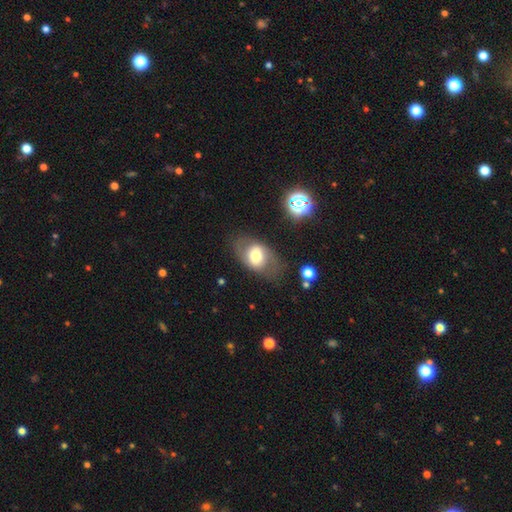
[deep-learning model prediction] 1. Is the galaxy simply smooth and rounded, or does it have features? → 54% smooth, 37% featured or disk, 9% star or artifact.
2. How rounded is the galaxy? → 81% in between, 17% round, 2% cigar-shaped.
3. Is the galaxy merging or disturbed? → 73% none, 17% minor disturbance, 9% major disturbance, 2% merger.